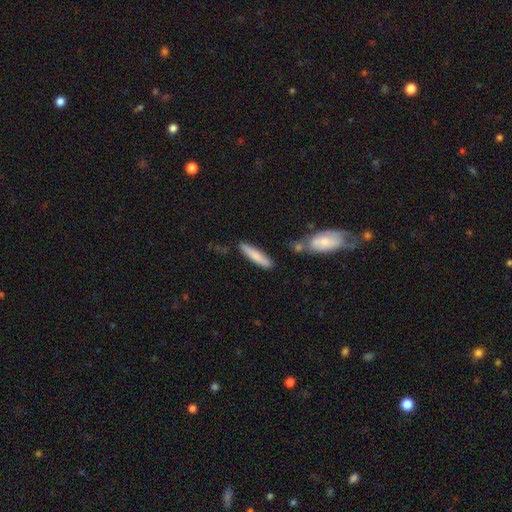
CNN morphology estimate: Smooth or featured? Predicted: smooth (p=0.79). How rounded? Predicted: cigar-shaped (p=0.85). Merging? Predicted: none (p=0.79).